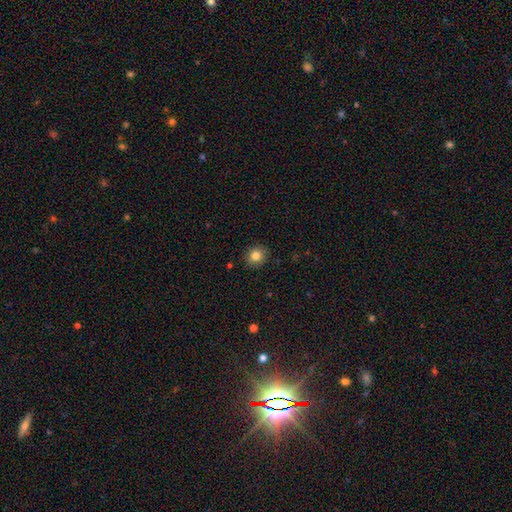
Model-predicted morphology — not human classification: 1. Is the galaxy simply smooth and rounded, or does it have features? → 83% smooth, 11% star or artifact, 6% featured or disk.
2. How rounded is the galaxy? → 84% round, 15% in between, 1% cigar-shaped.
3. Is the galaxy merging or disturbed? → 90% none, 7% minor disturbance, 2% major disturbance, 1% merger.